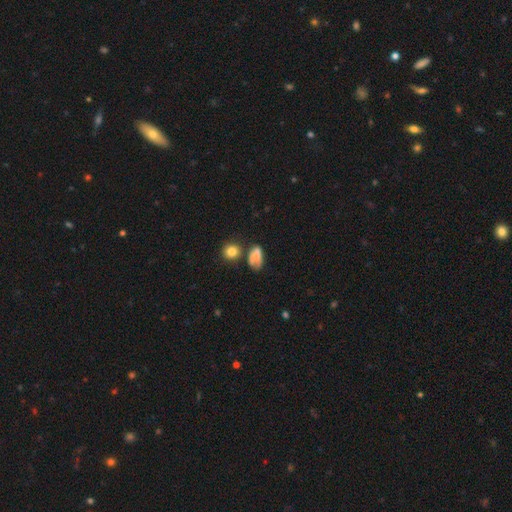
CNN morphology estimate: A smooth galaxy with no disk features (62%) that is in between round and cigar-shaped (76%). Merging: none (39%).